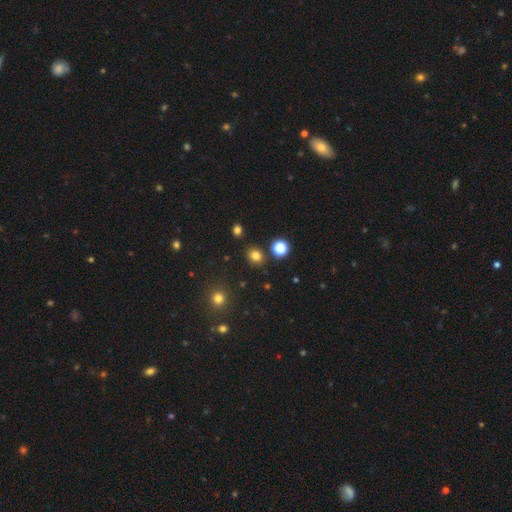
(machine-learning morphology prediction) Smooth or featured: smooth — 79% (star or artifact — 16%)
How rounded: round — 68% (in between — 31%)
Merging: none — 84% (minor disturbance — 8%)